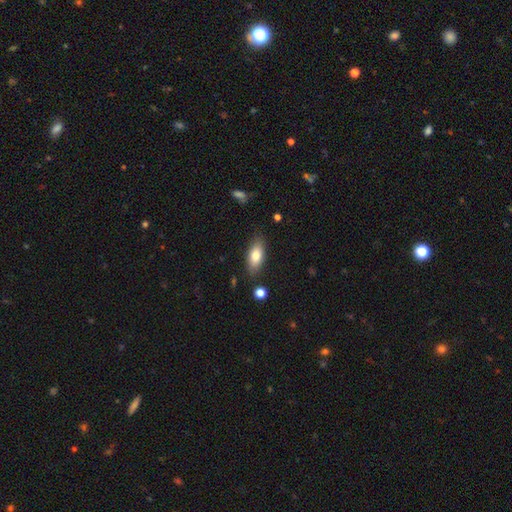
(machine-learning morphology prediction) type=smooth (78%); roundness=in between (82%); merging=none (83%).